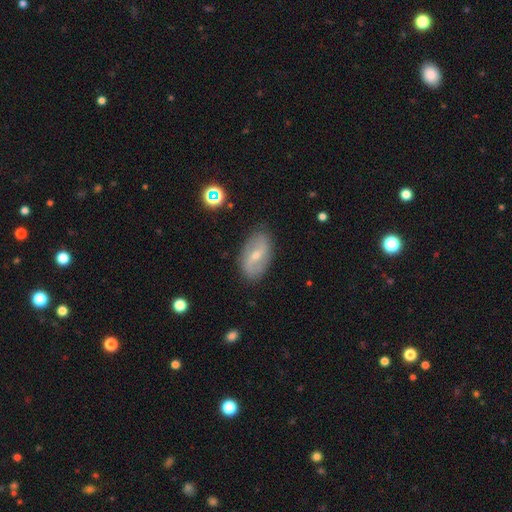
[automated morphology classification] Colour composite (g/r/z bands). It shows a featured or disk galaxy (70%) with a weak bar (47%), 2 (87%) loose (60%) spiral arms (80%) and a small central bulge (58%). Merging: none (83%).